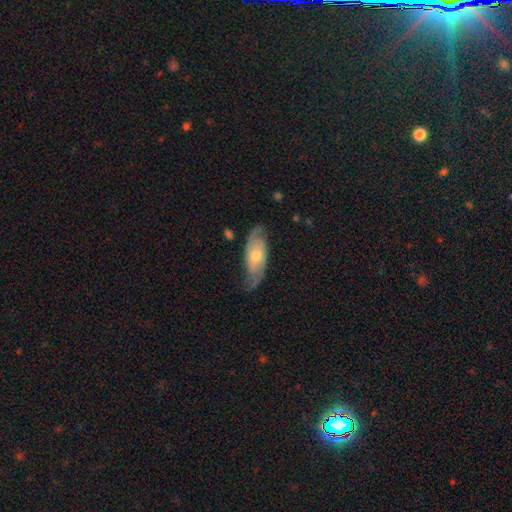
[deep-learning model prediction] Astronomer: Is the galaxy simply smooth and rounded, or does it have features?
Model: featured or disk — 62%.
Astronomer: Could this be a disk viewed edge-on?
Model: no — 83%.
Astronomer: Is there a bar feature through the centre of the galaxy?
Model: no — 70%.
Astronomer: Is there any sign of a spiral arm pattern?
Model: yes — 84%.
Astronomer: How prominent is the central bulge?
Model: moderate — 62%.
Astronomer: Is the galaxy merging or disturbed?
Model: none — 70%.